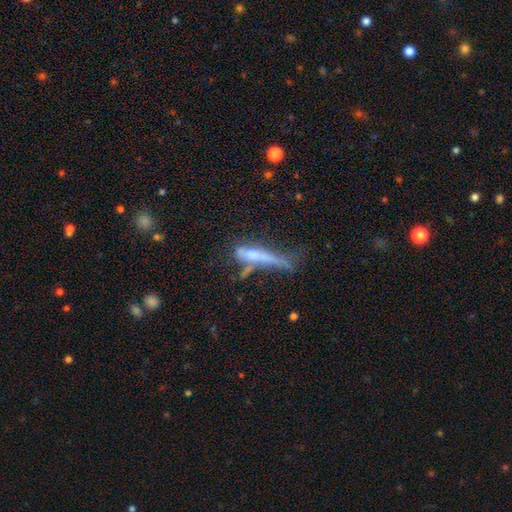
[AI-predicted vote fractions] A smooth galaxy with no disk features (45%). Merging: major disturbance (32%).